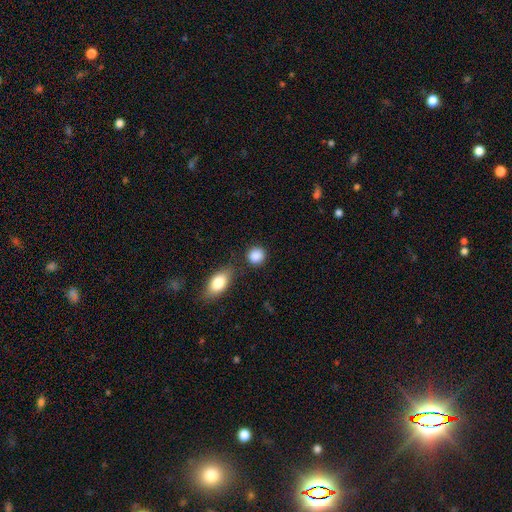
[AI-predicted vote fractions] This appears to be a smooth galaxy with no disk features (88%) that is round (84%). Merging: none (80%).